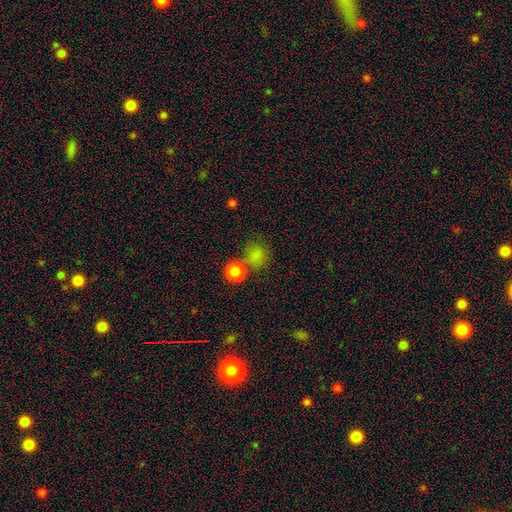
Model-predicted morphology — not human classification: This appears to be a smooth galaxy with no disk features (80%) that is round (81%). Merging: none (58%).